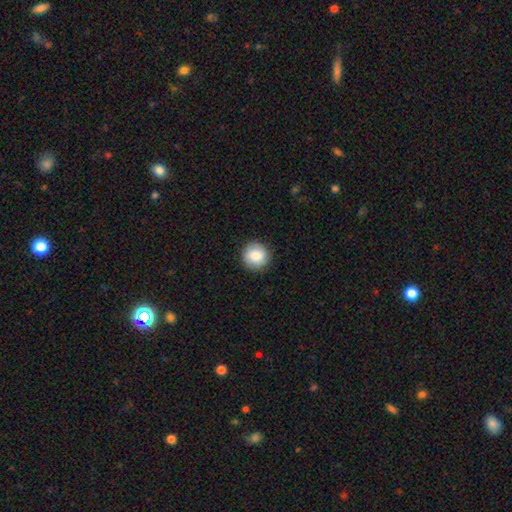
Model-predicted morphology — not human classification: Overall: smooth (85%). How rounded: round (94%). Merging: none (90%).